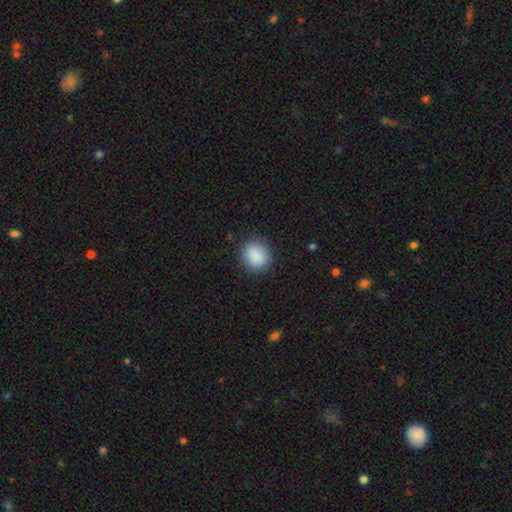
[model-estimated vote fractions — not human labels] A smooth galaxy with no disk features (88%) that is round (83%). Merging: none (87%).